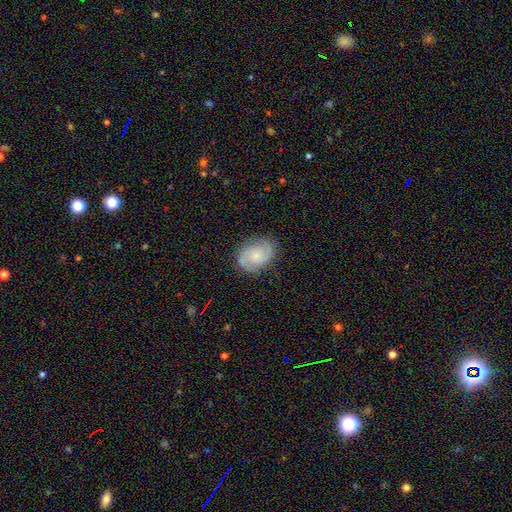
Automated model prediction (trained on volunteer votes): A featured or disk galaxy (80%) with no bar (63%), 2 (90%) medium (49%) spiral arms (97%) and a small central bulge (53%). Merging: none (84%).